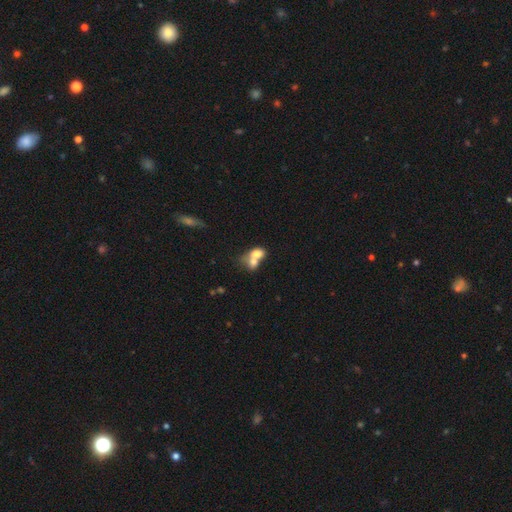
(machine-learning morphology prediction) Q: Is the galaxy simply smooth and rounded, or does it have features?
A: smooth — 70%.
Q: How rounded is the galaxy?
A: in between — 64%.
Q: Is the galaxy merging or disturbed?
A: merger — 73%.